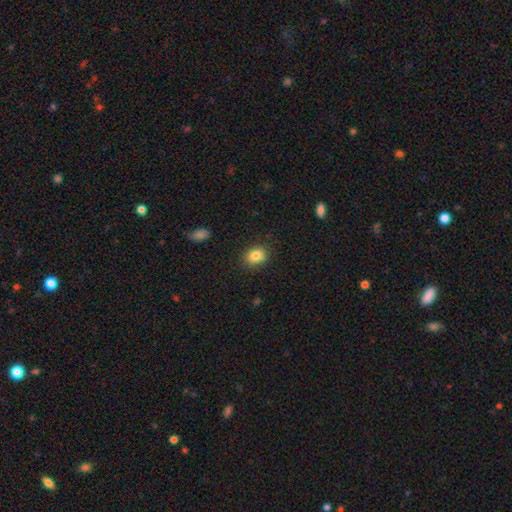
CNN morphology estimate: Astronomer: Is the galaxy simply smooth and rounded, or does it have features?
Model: smooth — 84%.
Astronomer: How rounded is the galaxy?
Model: in between — 58% (runner-up: round, 41%).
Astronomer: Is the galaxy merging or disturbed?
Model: none — 86%.